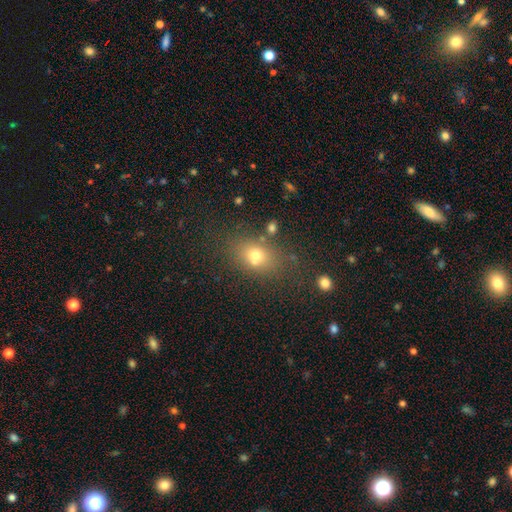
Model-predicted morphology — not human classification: The model was most divided on "how rounded": in between: 64%, round: 33%, cigar-shaped: 3%. More confident: merging — none (72%); smooth or featured — smooth (69%).